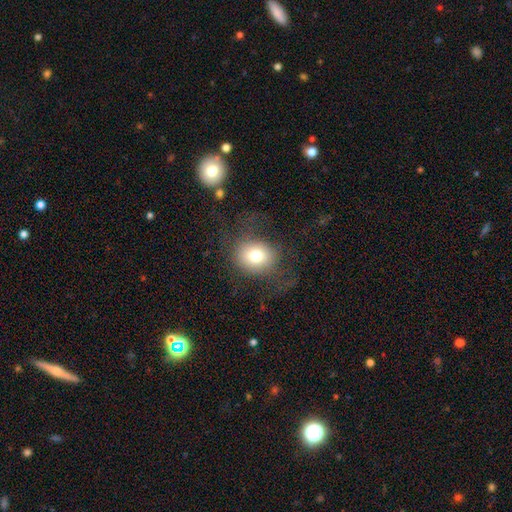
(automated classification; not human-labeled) smooth-or-featured: smooth: 72% | featured or disk: 16% | star or artifact: 12%
  how-rounded: round: 66% | in between: 33% | cigar-shaped: 1%
  merging: none: 64% | major disturbance: 18% | minor disturbance: 16% | merger: 1%